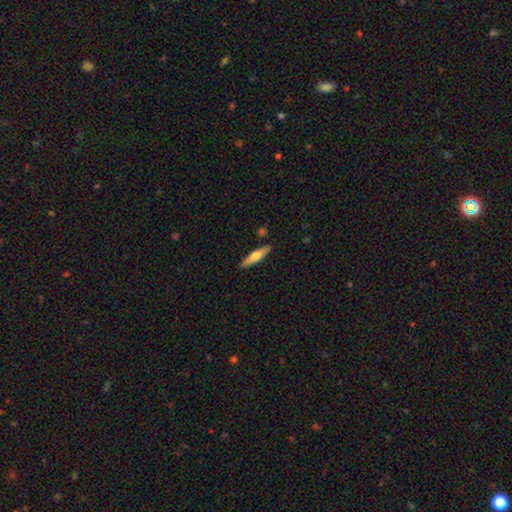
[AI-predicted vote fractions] Smooth or featured?
  - featured or disk: 49% *
  - smooth: 45%
  - star or artifact: 6%
Merging?
  - none: 88% *
  - minor disturbance: 9%
  - merger: 2%
  - major disturbance: 2%